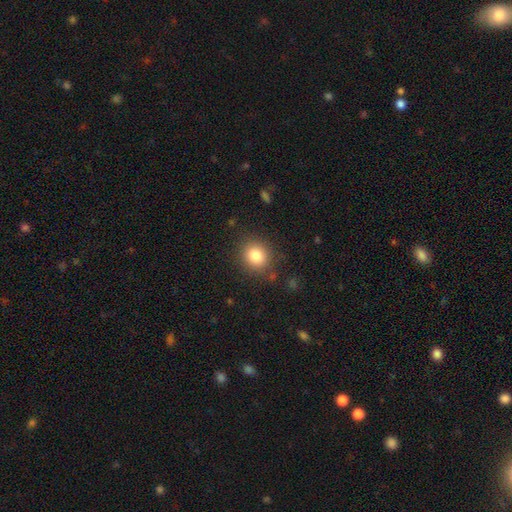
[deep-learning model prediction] Q: Smooth or featured?
A: smooth (82%); runner-up: star or artifact (11%)
Q: How rounded?
A: round (78%); runner-up: in between (21%)
Q: Merging?
A: none (85%); runner-up: minor disturbance (10%)